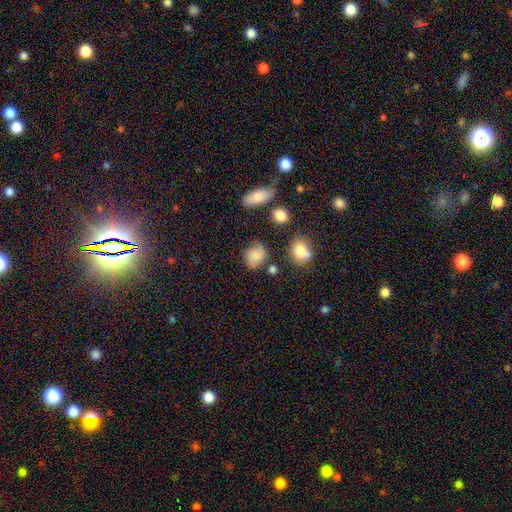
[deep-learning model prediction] A smooth galaxy with no disk features (73%) that is in between round and cigar-shaped (49%, tied with round).

Vote fractions:
- Smooth or featured? smooth: 73% / featured or disk: 16% / star or artifact: 11%
- How rounded? in between: 49% (tied) / round: 49% (tied) / cigar-shaped: 2%
- Merging? none: 65% / minor disturbance: 23% / major disturbance: 7% / merger: 5%